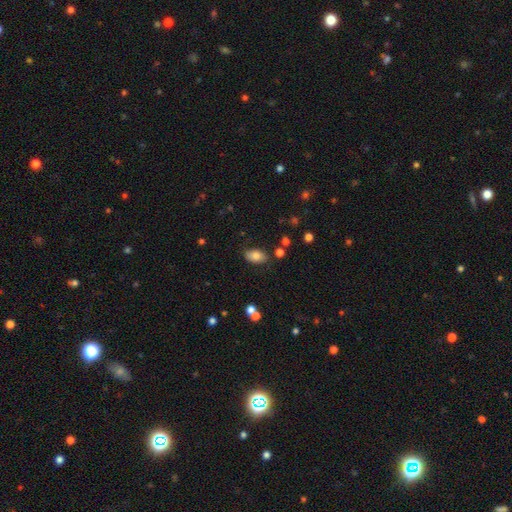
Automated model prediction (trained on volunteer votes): Q: Smooth or featured?
A: smooth (79%); runner-up: featured or disk (13%)
Q: How rounded?
A: in between (92%); runner-up: round (6%)
Q: Merging?
A: none (79%); runner-up: minor disturbance (14%)